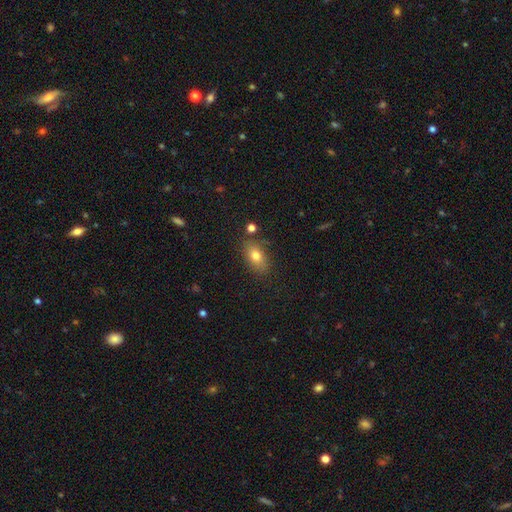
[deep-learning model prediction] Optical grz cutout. It shows a smooth galaxy with no disk features (77%) that is in between round and cigar-shaped (85%). Merging: none (78%).